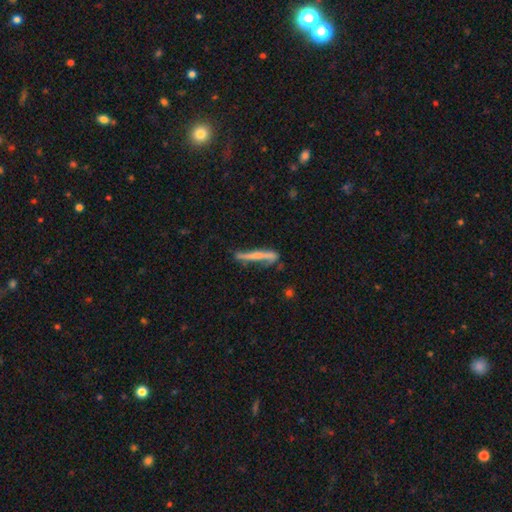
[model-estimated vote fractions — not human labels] The model was most divided on "smooth or featured": smooth: 49%, featured or disk: 44%, star or artifact: 7%. More confident: merging — none (52%).